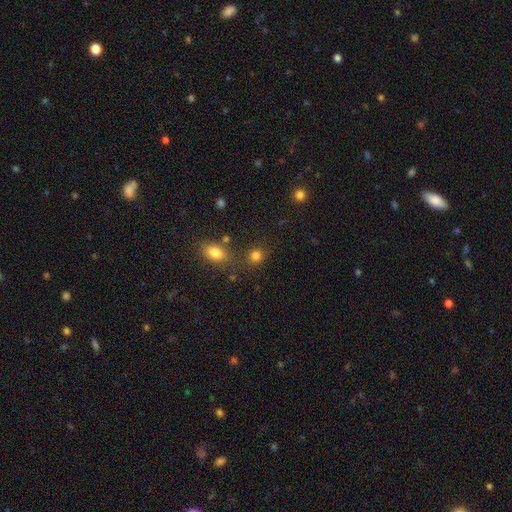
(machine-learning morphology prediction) smooth-or-featured: smooth: 82% | star or artifact: 13% | featured or disk: 5%
  how-rounded: round: 74% | in between: 25% | cigar-shaped: 1%
  merging: none: 75% | minor disturbance: 11% | merger: 10% | major disturbance: 4%